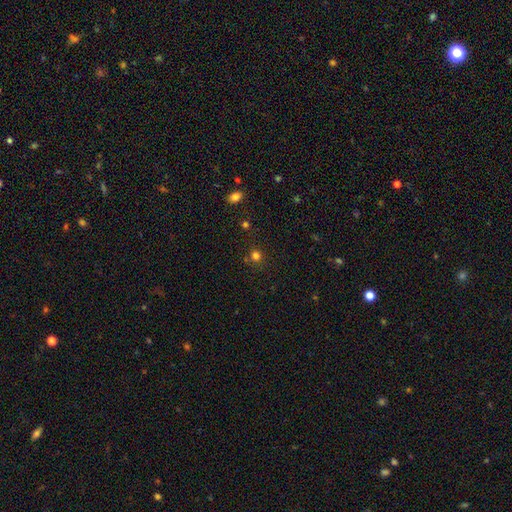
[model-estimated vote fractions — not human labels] The model was most divided on "smooth or featured": smooth: 74%, star or artifact: 21%, featured or disk: 5%. More confident: how rounded — round (91%); merging — none (79%).